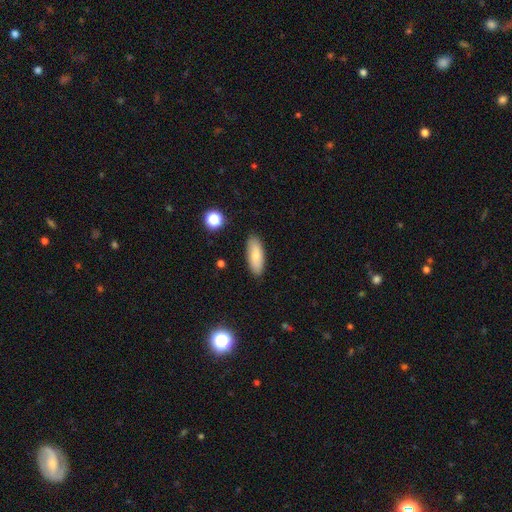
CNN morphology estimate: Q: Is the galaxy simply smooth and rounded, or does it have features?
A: smooth — 77%.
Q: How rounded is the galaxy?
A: in between — 74%.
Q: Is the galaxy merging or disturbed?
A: none — 87%.